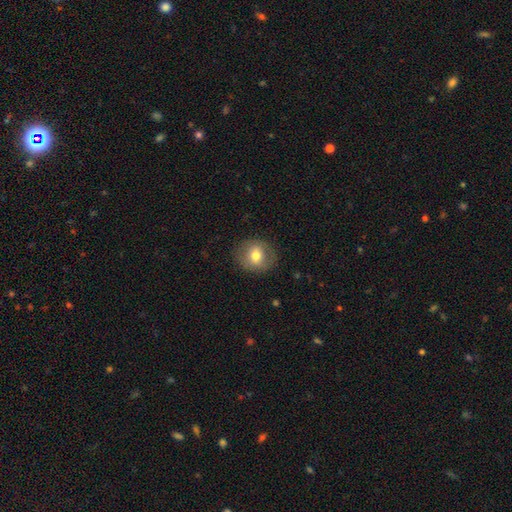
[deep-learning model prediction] A smooth galaxy with no disk features (68%) that is round (77%). Merging: none (84%).